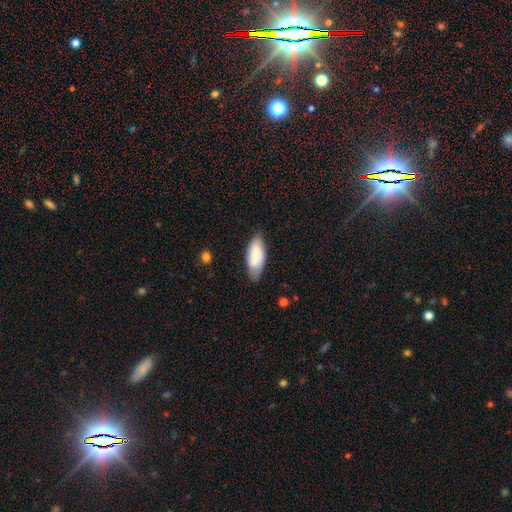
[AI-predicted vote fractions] A smooth galaxy with no disk features (81%) that is in between round and cigar-shaped (82%). Merging: none (74%).